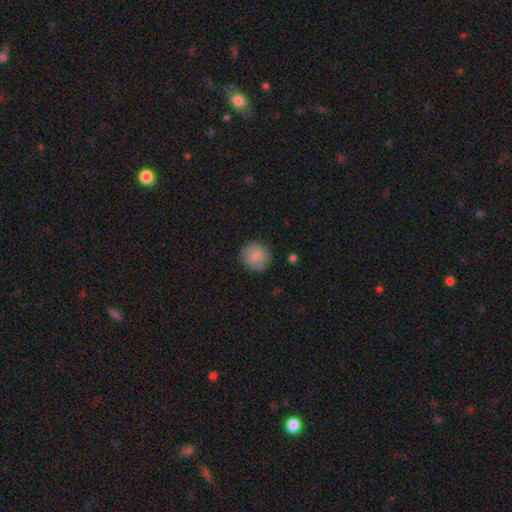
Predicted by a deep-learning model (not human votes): Smooth or featured? Predicted: smooth (p=0.83). How rounded? Predicted: round (p=0.92). Merging? Predicted: none (p=0.86).